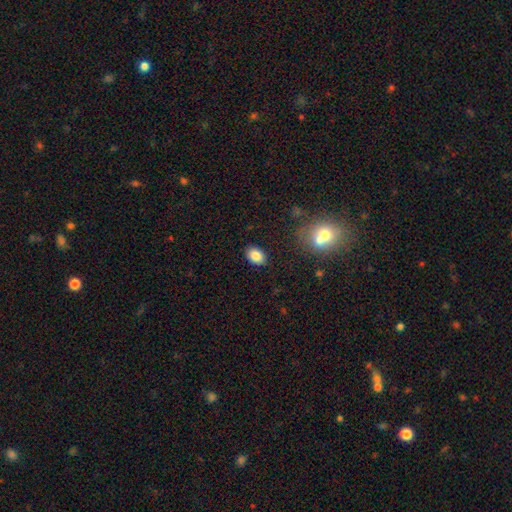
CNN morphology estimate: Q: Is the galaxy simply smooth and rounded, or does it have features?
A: smooth — 84%.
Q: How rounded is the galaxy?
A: in between — 77%.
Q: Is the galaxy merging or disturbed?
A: none — 87%.